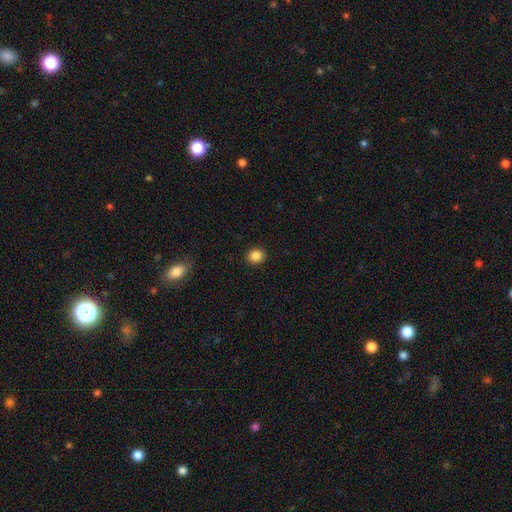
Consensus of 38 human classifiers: A smooth galaxy with no disk features (84%) that is round (84%). Merging: none (100%).